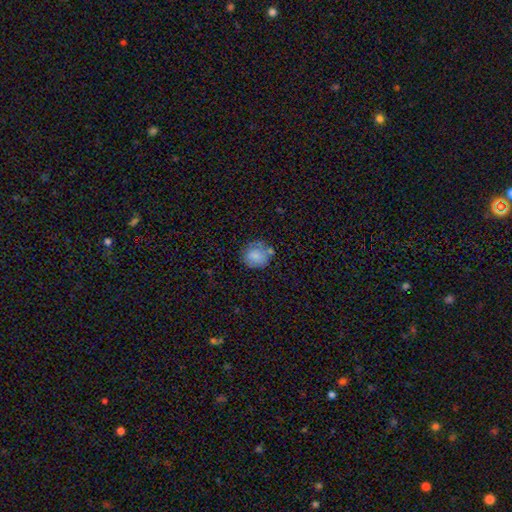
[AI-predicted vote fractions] Morphology: type=smooth (78%); roundness=round (71%); merging=none (59%).